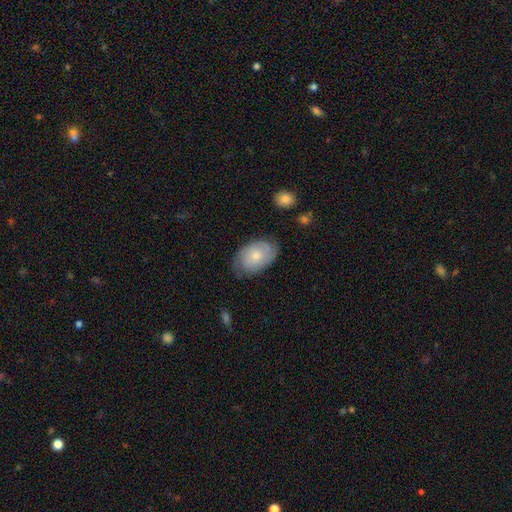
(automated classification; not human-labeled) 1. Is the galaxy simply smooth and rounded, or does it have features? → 53% smooth, 40% featured or disk, 7% star or artifact.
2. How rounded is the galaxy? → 88% in between, 11% round, 1% cigar-shaped.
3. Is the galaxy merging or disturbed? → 70% none, 22% minor disturbance, 6% major disturbance, 1% merger.